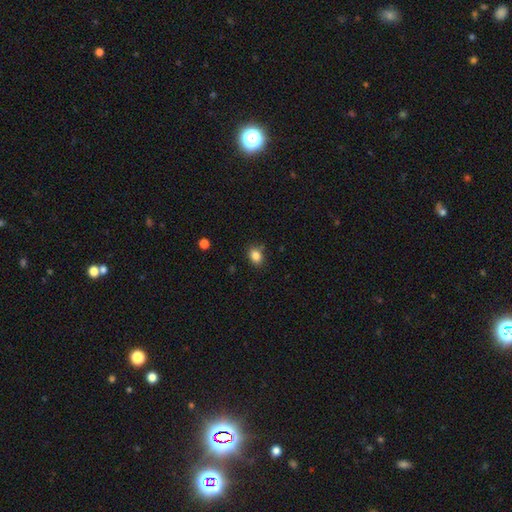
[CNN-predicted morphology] Smooth or featured: smooth — 85% (star or artifact — 11%)
How rounded: in between — 55% (round — 44%)
Merging: none — 82% (minor disturbance — 12%)